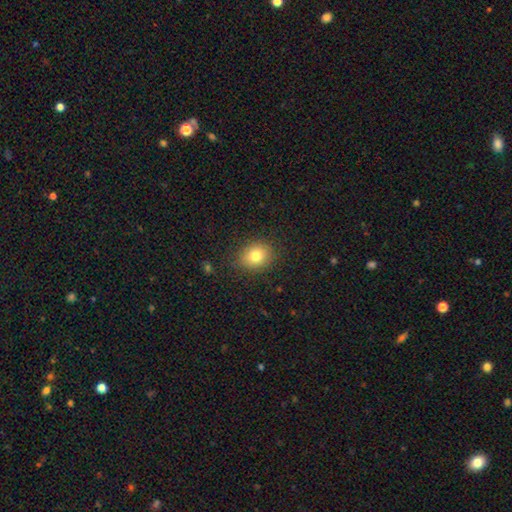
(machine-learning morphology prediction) A smooth galaxy with no disk features (79%) that is round (64%).

Vote fractions:
- Smooth or featured? smooth: 79% / star or artifact: 12% / featured or disk: 9%
- How rounded? round: 64% / in between: 36% / cigar-shaped: 1%
- Merging? none: 86% / minor disturbance: 10% / major disturbance: 3% / merger: 1%